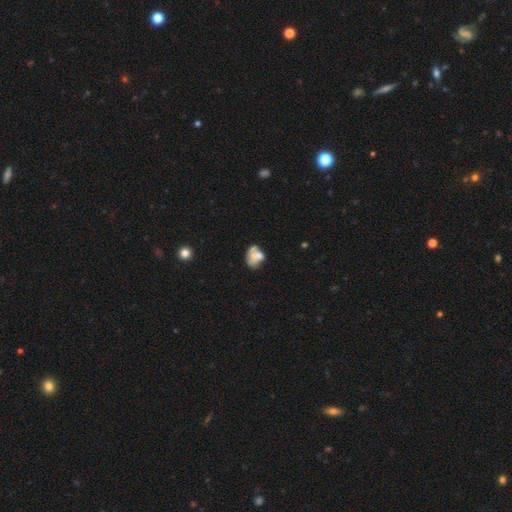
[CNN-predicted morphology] Smooth or featured?
  - smooth: 53% *
  - featured or disk: 37%
  - star or artifact: 10%
How rounded?
  - in between: 72% *
  - round: 26%
  - cigar-shaped: 2%
Merging?
  - merger: 32% * (tied)
  - none: 32% * (tied)
  - minor disturbance: 21%
  - major disturbance: 15%